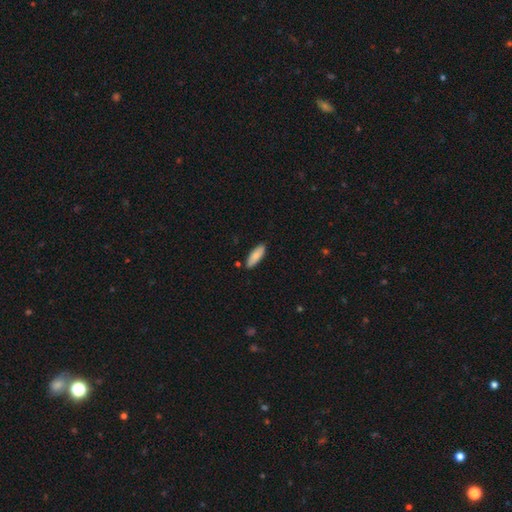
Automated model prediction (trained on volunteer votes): This is clearly a smooth galaxy (84%). How rounded: possibly in between (60%). Merging: clearly none (86%).